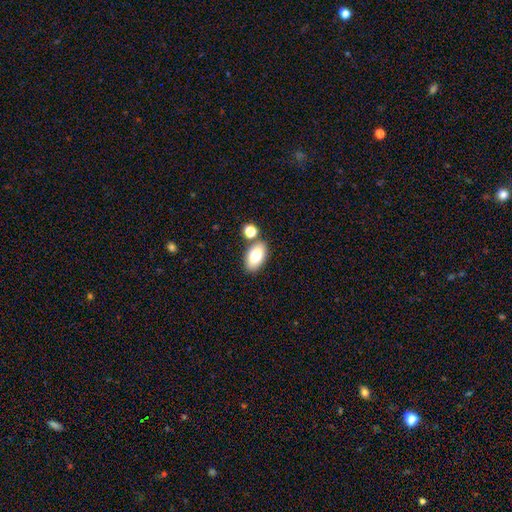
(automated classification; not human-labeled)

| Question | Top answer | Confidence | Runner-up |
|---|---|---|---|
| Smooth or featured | smooth | 79% | featured or disk (13%) |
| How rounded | in between | 92% | round (6%) |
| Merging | none | 76% | merger (12%) |